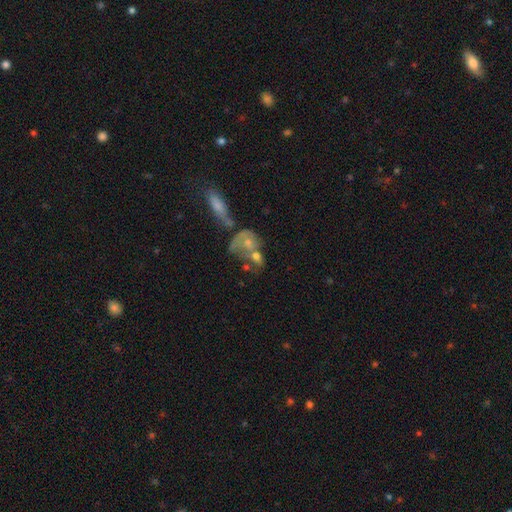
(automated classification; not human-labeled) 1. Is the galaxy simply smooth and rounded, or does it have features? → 50% smooth, 38% featured or disk, 12% star or artifact.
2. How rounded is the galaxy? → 62% in between, 35% round, 4% cigar-shaped.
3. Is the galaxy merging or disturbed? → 57% merger, 17% none, 16% major disturbance, 10% minor disturbance.